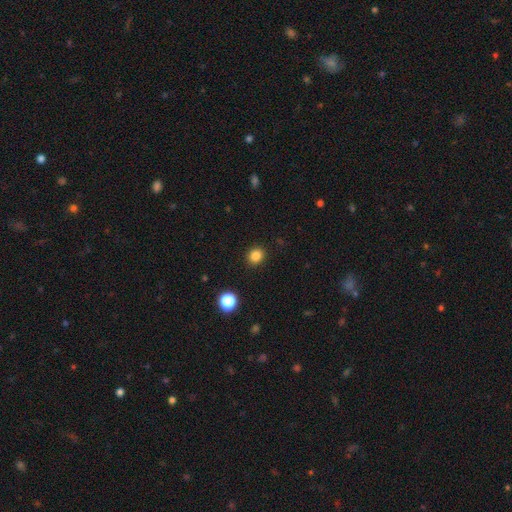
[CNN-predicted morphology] A smooth galaxy with no disk features (84%) that is round (81%).

Vote fractions:
- Smooth or featured? smooth: 84% / star or artifact: 12% / featured or disk: 4%
- How rounded? round: 81% / in between: 18% / cigar-shaped: 1%
- Merging? none: 91% / minor disturbance: 6% / major disturbance: 2% / merger: 1%